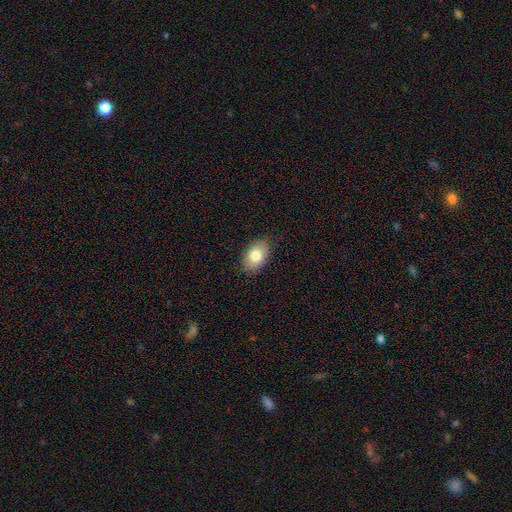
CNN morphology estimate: This appears to be a smooth galaxy with no disk features (80%) that is in between round and cigar-shaped (90%). Merging: none (86%).